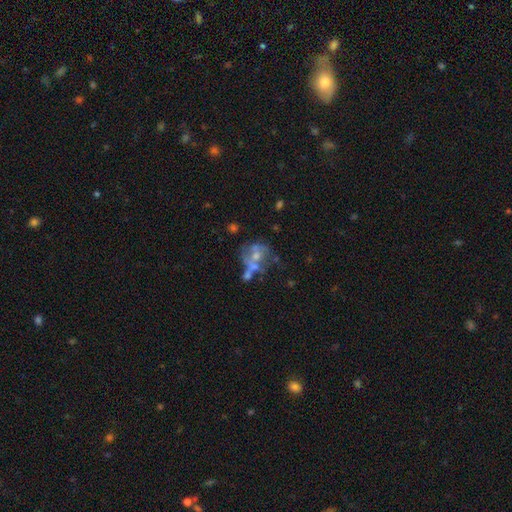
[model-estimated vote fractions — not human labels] Smooth or featured: featured or disk — 55% (smooth — 23%)
Edge-on disk: no — 97% (yes — 3%)
Bar: no — 82% (weak — 14%)
Spiral arms: no — 70% (yes — 30%)
Bulge size: moderate — 40% (small — 35%)
Merging: none — 35% (merger — 28%)